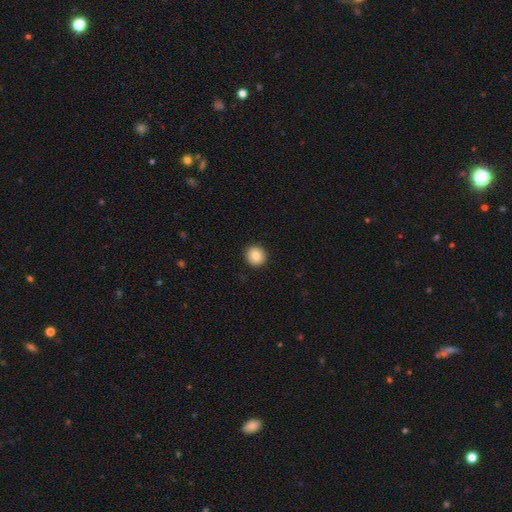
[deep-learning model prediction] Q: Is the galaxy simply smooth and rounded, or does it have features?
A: smooth — 85%.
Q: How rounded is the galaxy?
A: round — 92%.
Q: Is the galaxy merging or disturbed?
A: none — 93%.